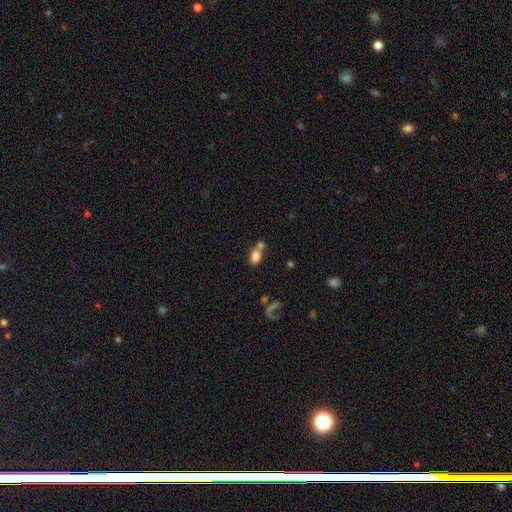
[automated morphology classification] A smooth galaxy with no disk features (80%) that is in between round and cigar-shaped (84%). Merging: merger (49%).